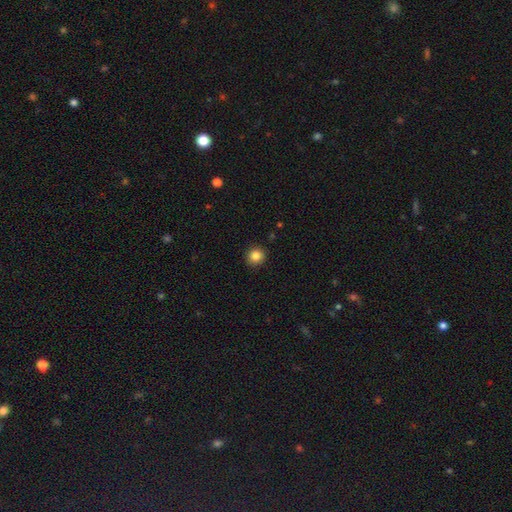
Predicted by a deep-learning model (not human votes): smooth_or_featured: smooth (p=0.84) [alt: star or artifact p=0.11]
how_rounded: round (p=0.90) [alt: in between p=0.09]
merging: none (p=0.91) [alt: minor disturbance p=0.06]